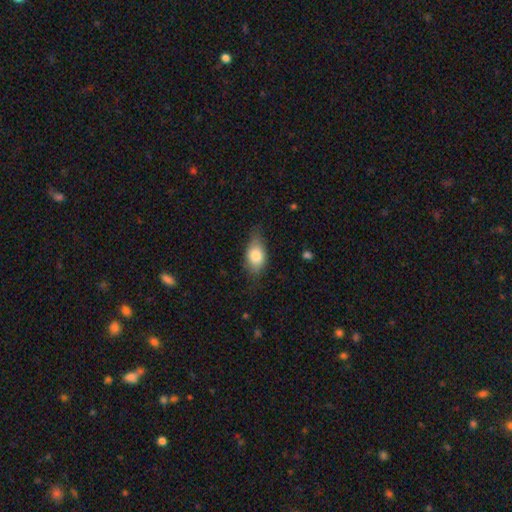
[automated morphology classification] smooth-or-featured: smooth: 79% | featured or disk: 14% | star or artifact: 7%
  how-rounded: in between: 87% | round: 9% | cigar-shaped: 4%
  merging: none: 65% | minor disturbance: 27% | major disturbance: 7% | merger: 1%